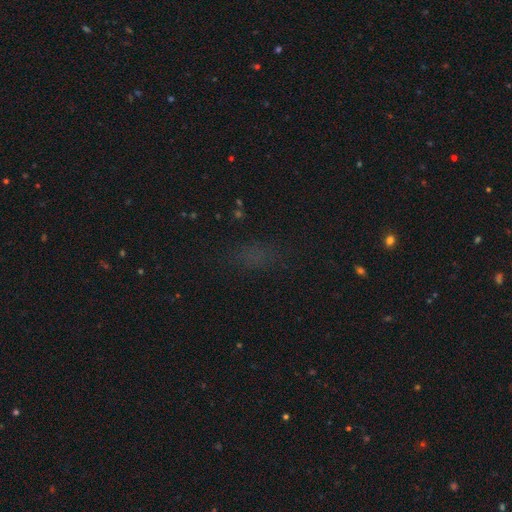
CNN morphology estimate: Smooth or featured? Predicted: star or artifact (p=0.44).